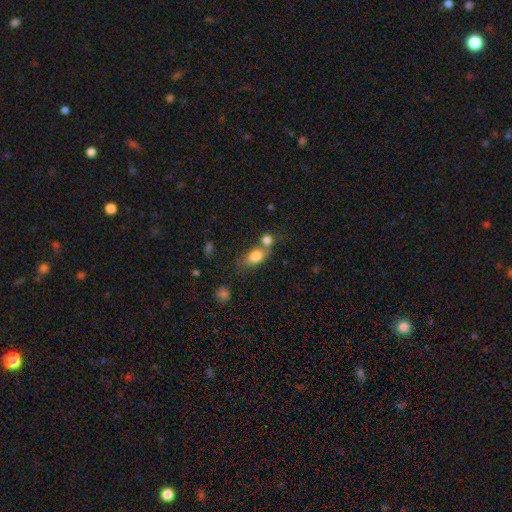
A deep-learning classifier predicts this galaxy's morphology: Smooth or featured: smooth — 79% (featured or disk — 12%)
How rounded: in between — 70% (round — 25%)
Merging: merger — 50% (none — 35%)